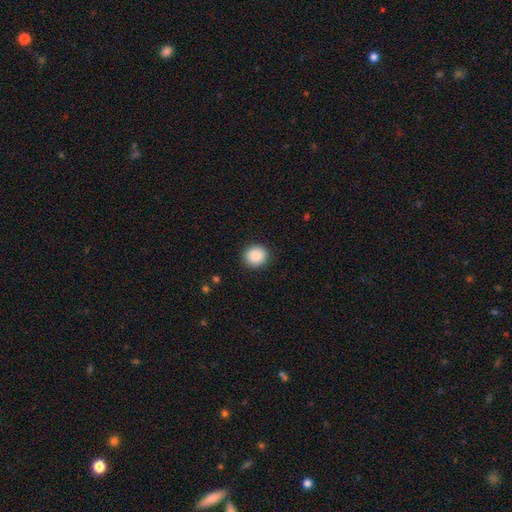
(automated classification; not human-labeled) The model was most divided on "how rounded": round: 85%, in between: 14%, cigar-shaped: 1%. More confident: merging — none (91%); smooth or featured — smooth (89%).